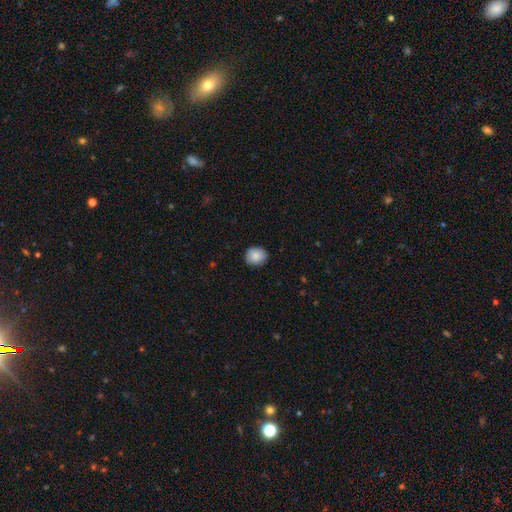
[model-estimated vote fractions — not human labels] This is clearly a smooth galaxy (86%). How rounded: likely round (71%). Merging: clearly none (87%).